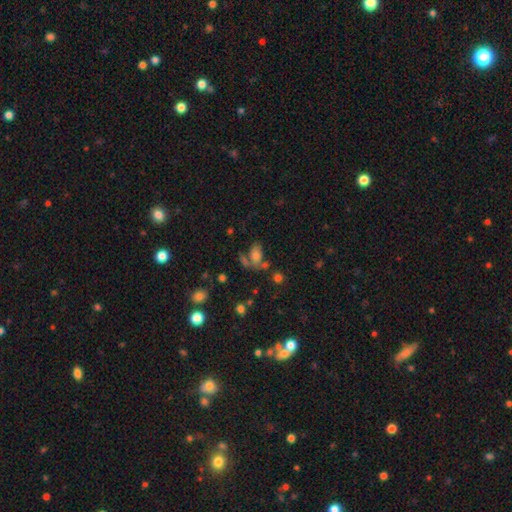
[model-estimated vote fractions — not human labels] A smooth galaxy with no disk features (67%) that is in between round and cigar-shaped (82%).

Vote fractions:
- Smooth or featured? smooth: 67% / featured or disk: 17% / star or artifact: 16%
- How rounded? in between: 82% / round: 15% / cigar-shaped: 3%
- Merging? none: 40% / merger: 27% / minor disturbance: 18% / major disturbance: 15%